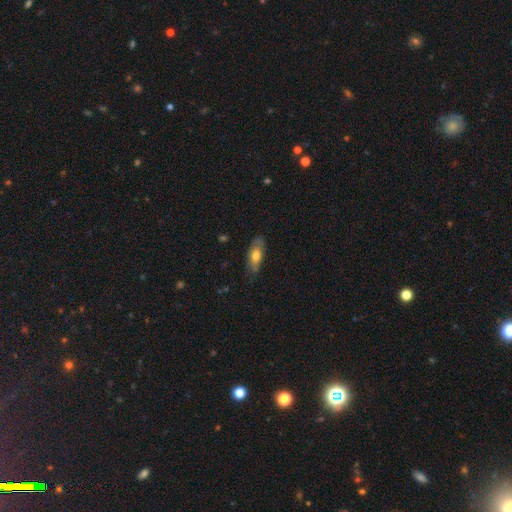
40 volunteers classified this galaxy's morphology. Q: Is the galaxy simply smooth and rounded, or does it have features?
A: smooth — 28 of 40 (70%).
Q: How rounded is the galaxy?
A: in between — 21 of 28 (75%).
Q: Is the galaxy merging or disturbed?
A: none — 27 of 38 (71%).